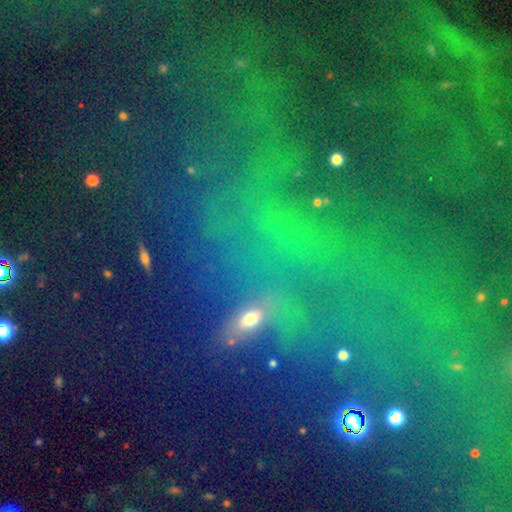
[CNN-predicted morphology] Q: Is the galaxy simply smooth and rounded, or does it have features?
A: star or artifact — 57%.